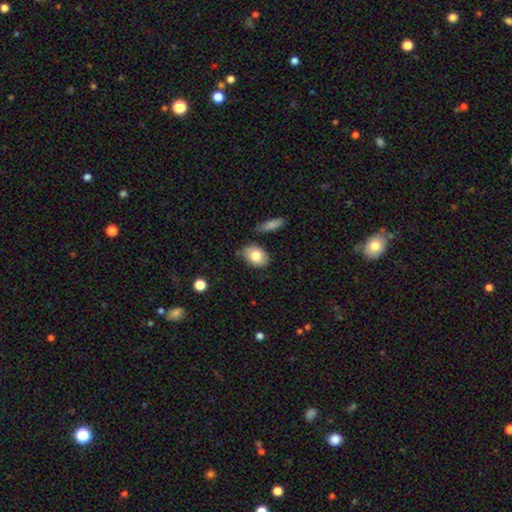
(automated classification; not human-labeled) Q: Smooth or featured?
A: smooth (79%); runner-up: featured or disk (14%)
Q: How rounded?
A: in between (82%); runner-up: round (17%)
Q: Merging?
A: none (75%); runner-up: minor disturbance (18%)